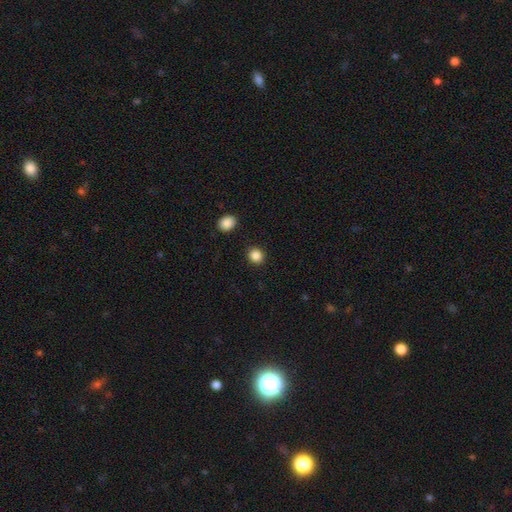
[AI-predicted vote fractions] Smooth or featured?
  - smooth: 86% *
  - star or artifact: 10%
  - featured or disk: 3%
How rounded?
  - round: 84% *
  - in between: 15%
  - cigar-shaped: 1%
Merging?
  - none: 91% *
  - minor disturbance: 5%
  - major disturbance: 2%
  - merger: 2%